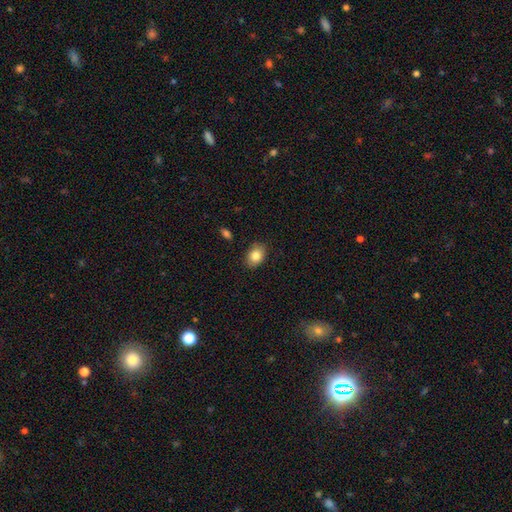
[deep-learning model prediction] Smooth or featured?
  - smooth: 84% *
  - star or artifact: 8%
  - featured or disk: 8%
How rounded?
  - in between: 76% *
  - round: 23%
  - cigar-shaped: 1%
Merging?
  - none: 87% *
  - minor disturbance: 9%
  - major disturbance: 2%
  - merger: 1%